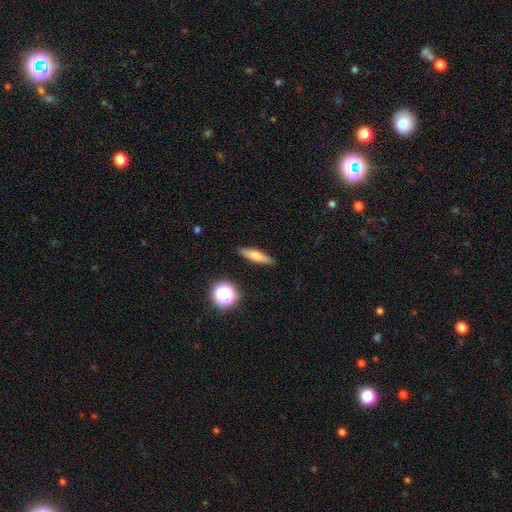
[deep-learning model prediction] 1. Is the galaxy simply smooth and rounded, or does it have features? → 63% smooth, 28% featured or disk, 10% star or artifact.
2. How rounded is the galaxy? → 71% cigar-shaped, 23% in between, 6% round.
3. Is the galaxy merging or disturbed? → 87% none, 9% minor disturbance, 2% major disturbance, 1% merger.